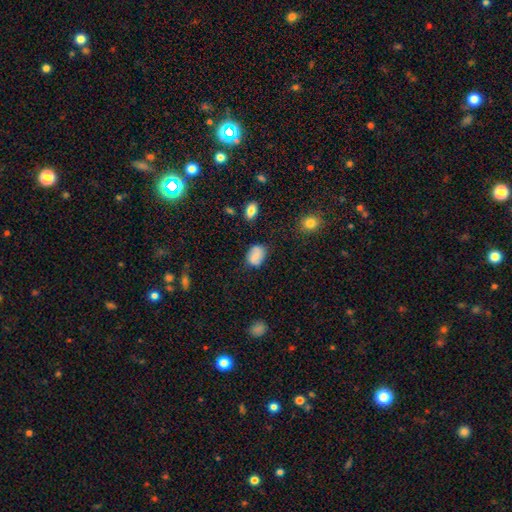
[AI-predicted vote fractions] smooth-or-featured: smooth: 67% | featured or disk: 23% | star or artifact: 9%
  how-rounded: in between: 69% | round: 30% | cigar-shaped: 1%
  merging: none: 73% | minor disturbance: 19% | major disturbance: 5% | merger: 3%